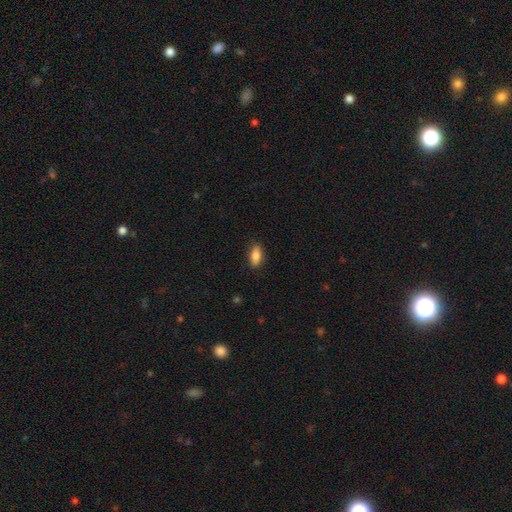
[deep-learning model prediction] smooth 86%, featured or disk 7%, star or artifact 7%. Down the decision tree: how rounded — in between (88%); merging — none (86%).